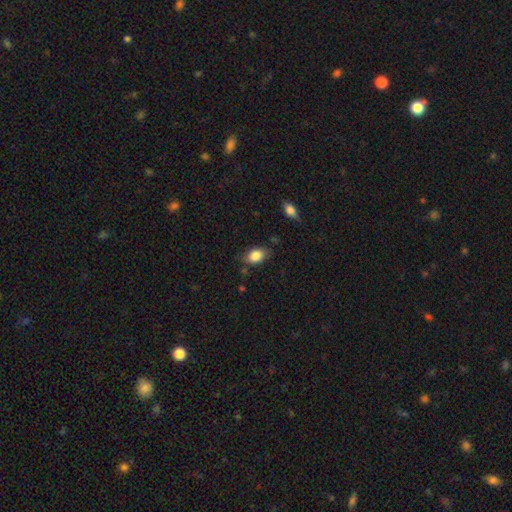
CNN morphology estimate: A smooth galaxy with no disk features (85%) that is in between round and cigar-shaped (83%). Merging: none (73%).